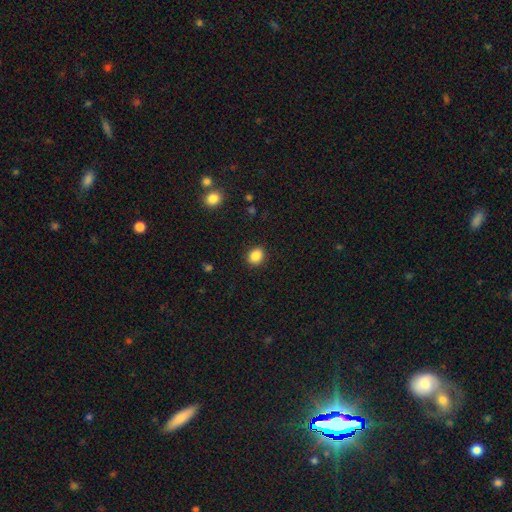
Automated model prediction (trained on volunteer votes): Morphology: type=smooth (88%); roundness=round (59%); merging=none (90%).